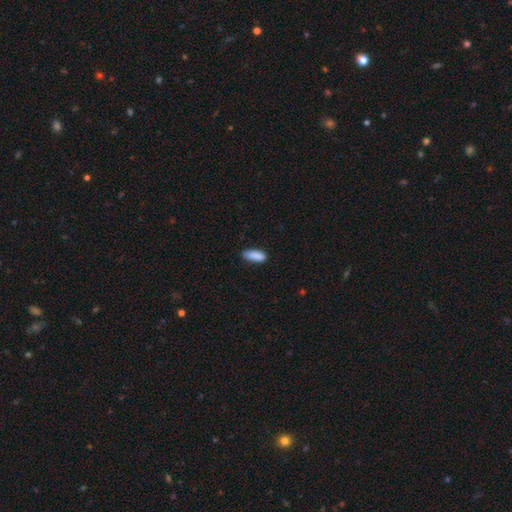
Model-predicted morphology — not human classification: smooth-or-featured: smooth: 89% | star or artifact: 7% | featured or disk: 4%
  how-rounded: in between: 71% | cigar-shaped: 27% | round: 2%
  merging: none: 79% | minor disturbance: 17% | major disturbance: 3% | merger: 1%